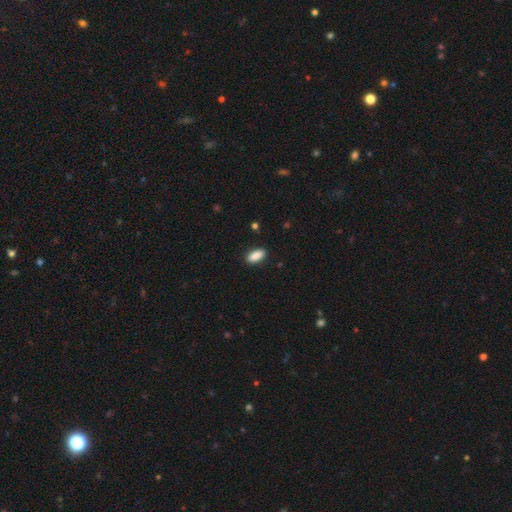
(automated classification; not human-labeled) This is clearly a smooth galaxy (89%). How rounded: clearly in between (85%). Merging: clearly none (88%).